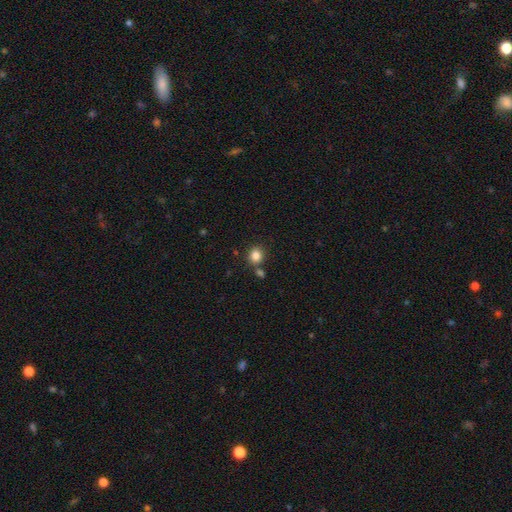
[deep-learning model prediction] The model was most divided on "merging": none: 74%, merger: 14%, minor disturbance: 10%, major disturbance: 3%. More confident: smooth or featured — smooth (84%); how rounded — round (80%).